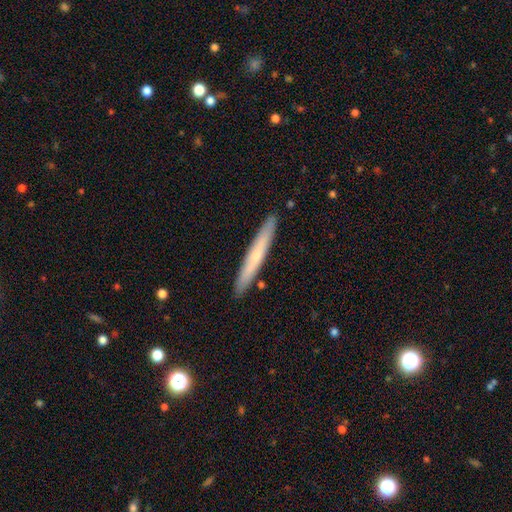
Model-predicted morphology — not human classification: A smooth galaxy with no disk features (51%) that is cigar-shaped (96%). Merging: none (91%).